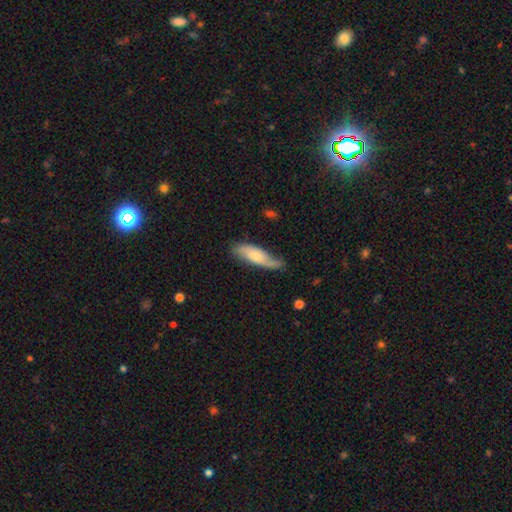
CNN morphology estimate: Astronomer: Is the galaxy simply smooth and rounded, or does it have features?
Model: smooth — 54% (runner-up: featured or disk, 40%).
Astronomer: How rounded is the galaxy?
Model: in between — 50% (runner-up: cigar-shaped, 48%).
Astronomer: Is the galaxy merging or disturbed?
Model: none — 61%.